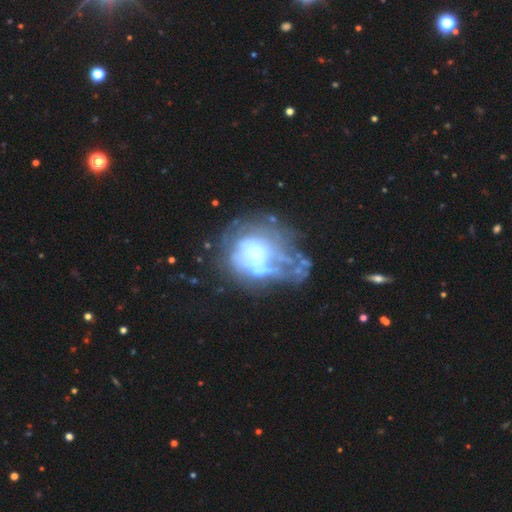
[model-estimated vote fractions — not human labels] This is likely a featured or disk galaxy (62%). It is clearly not viewed edge-on (97%). Bar: clearly no (80%). Spiral arm pattern: likely no (72%). Central bulge: marginally moderate (38%). Merging: marginally major disturbance (39%).